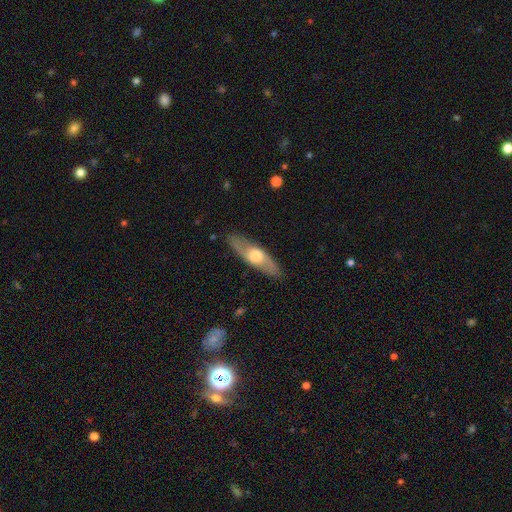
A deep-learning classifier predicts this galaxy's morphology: Q: Smooth or featured?
A: featured or disk (49%); runner-up: smooth (46%)
Q: Merging?
A: none (87%); runner-up: minor disturbance (10%)